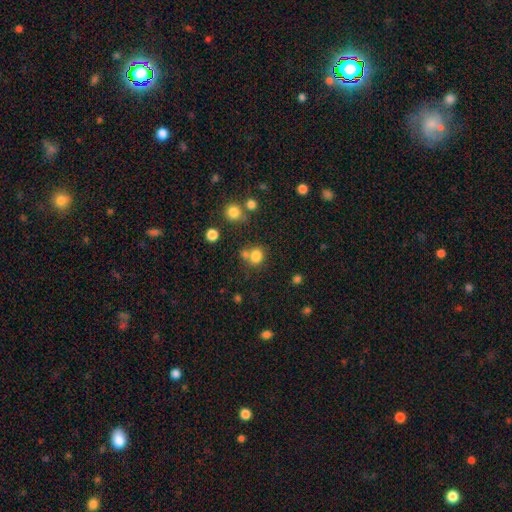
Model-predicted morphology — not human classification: A smooth galaxy with no disk features (79%) that is round (72%). Merging: none (59%).